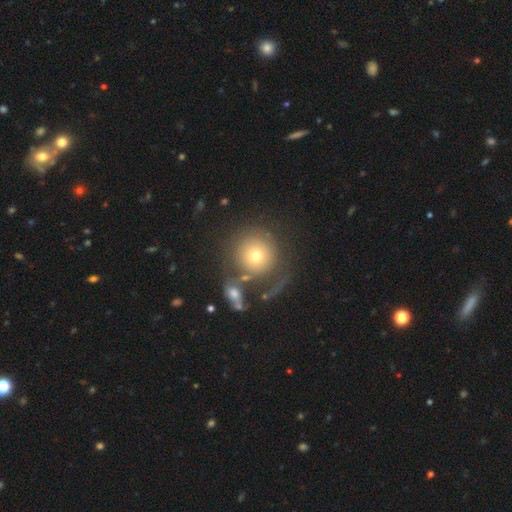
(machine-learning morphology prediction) This is likely a smooth galaxy (66%). How rounded: clearly round (93%). Merging: possibly none (49%).